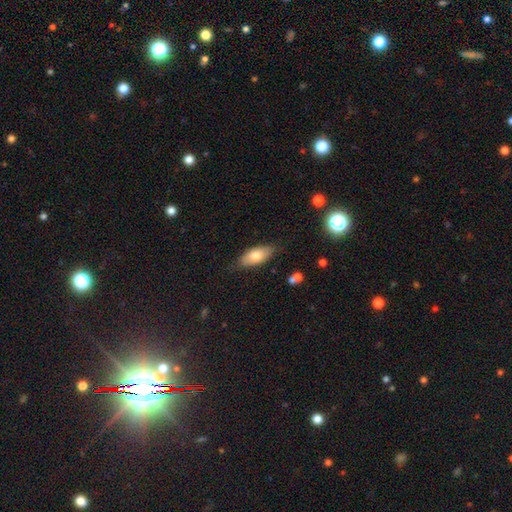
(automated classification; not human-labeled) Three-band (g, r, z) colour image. It shows a smooth galaxy with no disk features (75%) that is in between round and cigar-shaped (84%). Merging: none (78%).